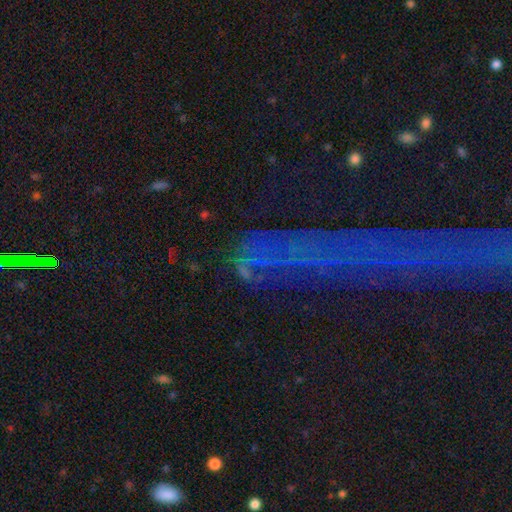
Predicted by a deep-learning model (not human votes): Smooth or featured? Predicted: star or artifact (p=0.63).